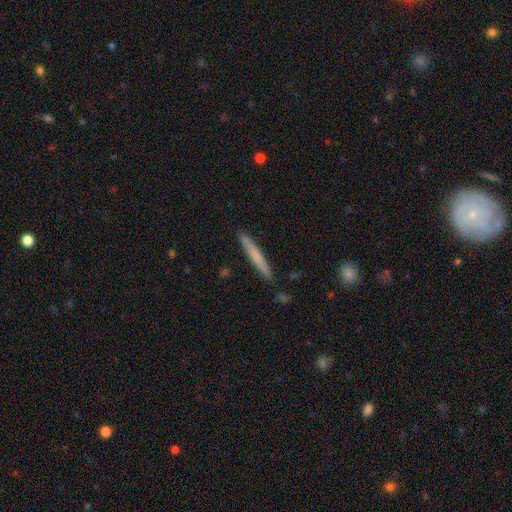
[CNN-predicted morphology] smooth_or_featured: smooth (p=0.61) [alt: featured or disk p=0.33]
how_rounded: cigar-shaped (p=0.96) [alt: in between p=0.02]
merging: none (p=0.90) [alt: minor disturbance p=0.07]